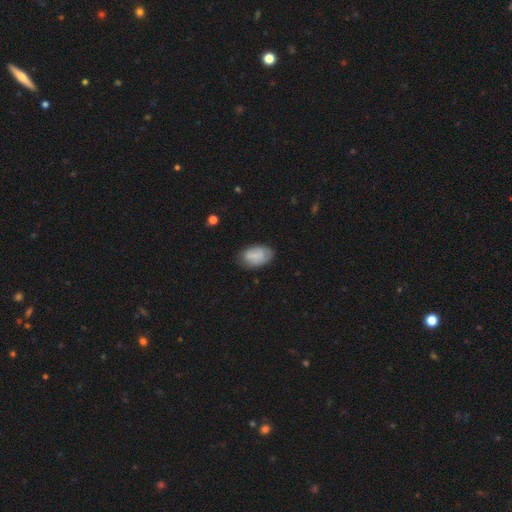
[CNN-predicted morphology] smooth-or-featured: smooth: 72% | featured or disk: 20% | star or artifact: 7%
  how-rounded: in between: 91% | round: 7% | cigar-shaped: 2%
  merging: none: 71% | minor disturbance: 22% | major disturbance: 5% | merger: 2%